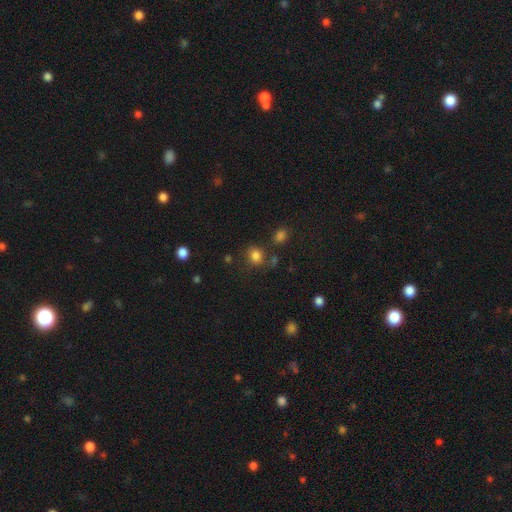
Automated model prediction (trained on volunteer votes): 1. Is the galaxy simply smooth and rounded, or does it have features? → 80% smooth, 14% star or artifact, 5% featured or disk.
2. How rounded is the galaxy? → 68% round, 31% in between, 1% cigar-shaped.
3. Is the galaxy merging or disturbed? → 73% none, 13% minor disturbance, 8% merger, 5% major disturbance.